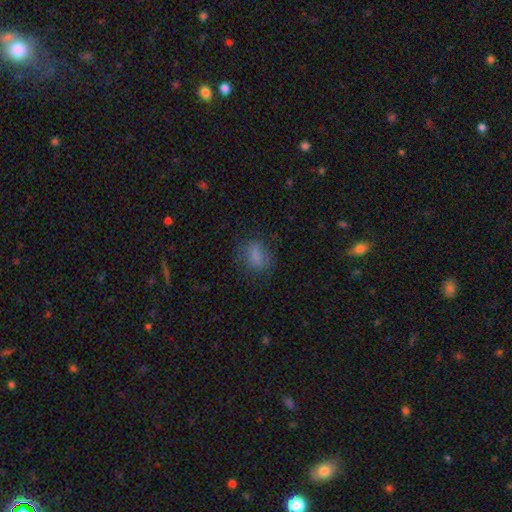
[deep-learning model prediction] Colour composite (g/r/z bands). It shows a smooth galaxy with no disk features (78%) that is in between round and cigar-shaped (67%). Merging: none (70%).